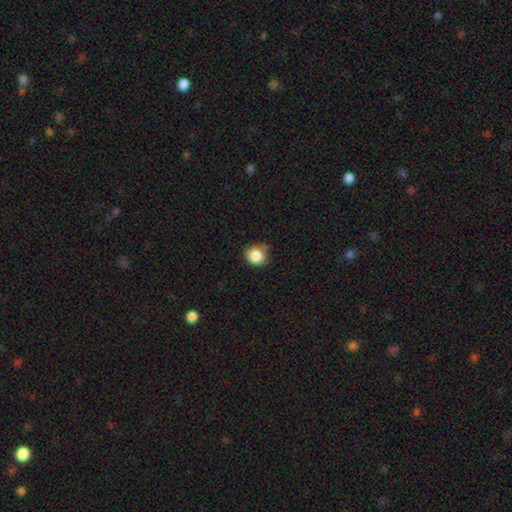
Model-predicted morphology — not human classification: Overall: smooth (85%). How rounded: round (82%). Merging: none (66%).